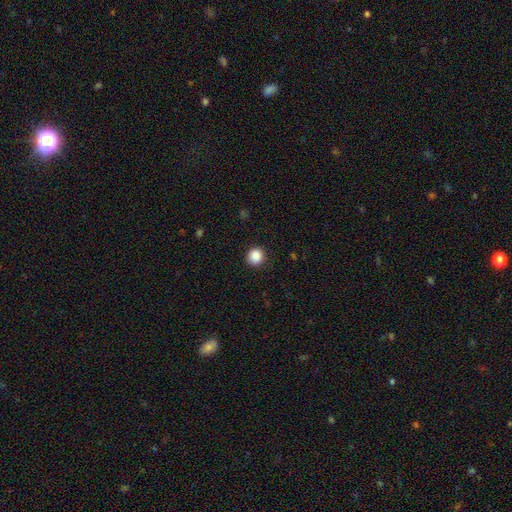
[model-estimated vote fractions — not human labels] A smooth galaxy with no disk features (88%) that is round (89%). Merging: none (89%).